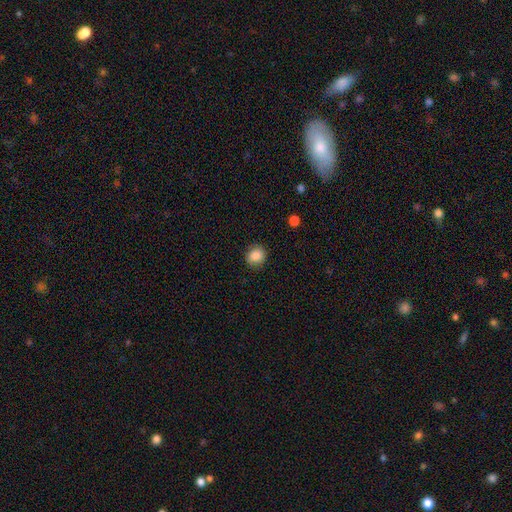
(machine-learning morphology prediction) This is clearly a smooth galaxy (87%). How rounded: likely round (76%). Merging: clearly none (86%).